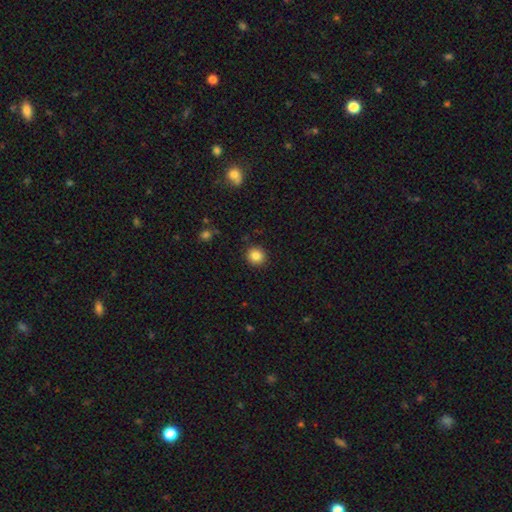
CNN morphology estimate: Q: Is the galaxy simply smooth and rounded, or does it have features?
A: smooth — 85%.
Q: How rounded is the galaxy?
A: round — 90%.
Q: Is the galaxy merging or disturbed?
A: none — 91%.